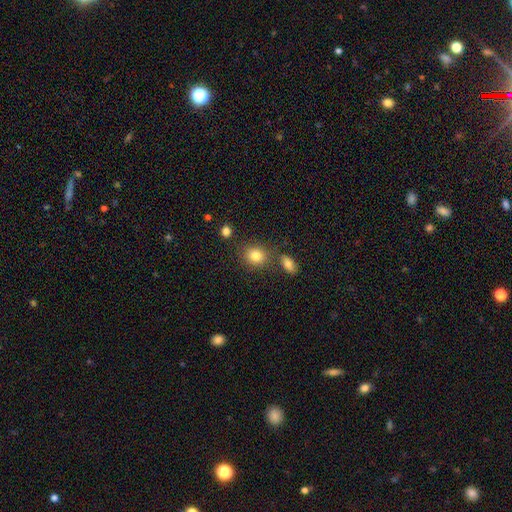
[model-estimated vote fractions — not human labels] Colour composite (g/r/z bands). It shows a smooth galaxy with no disk features (82%) that is round (68%). Merging: none (74%).